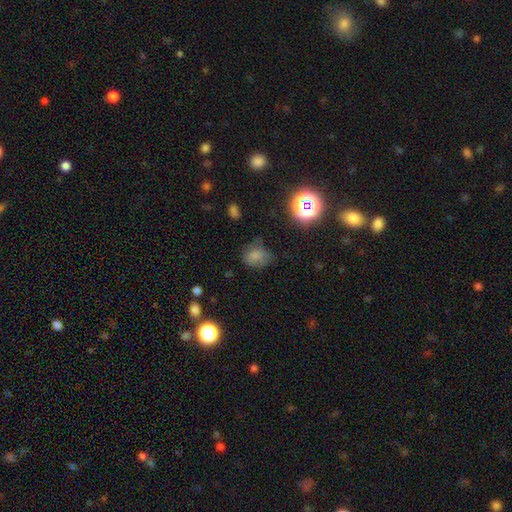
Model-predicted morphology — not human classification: smooth 70%, star or artifact 19%, featured or disk 11%. Down the decision tree: how rounded — round (51%); merging — none (54%).